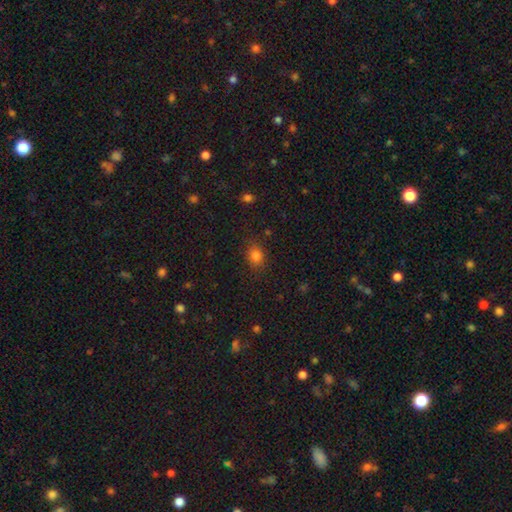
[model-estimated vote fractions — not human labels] A smooth galaxy with no disk features (81%) that is round (55%).

Vote fractions:
- Smooth or featured? smooth: 81% / star or artifact: 13% / featured or disk: 6%
- How rounded? round: 55% / in between: 43% / cigar-shaped: 1%
- Merging? none: 84% / minor disturbance: 11% / major disturbance: 3% / merger: 1%